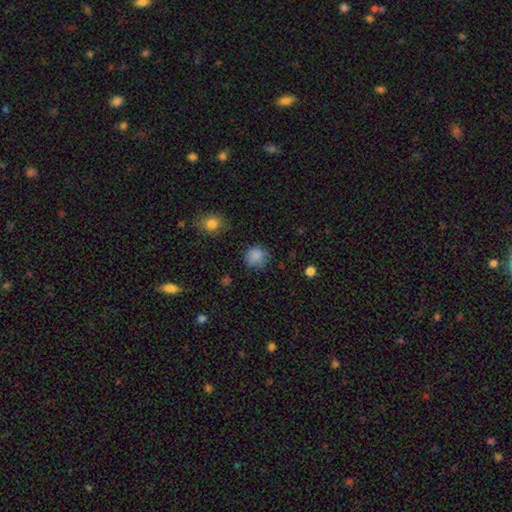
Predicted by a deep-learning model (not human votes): Morphology: type=smooth (85%); roundness=round (87%); merging=none (78%).